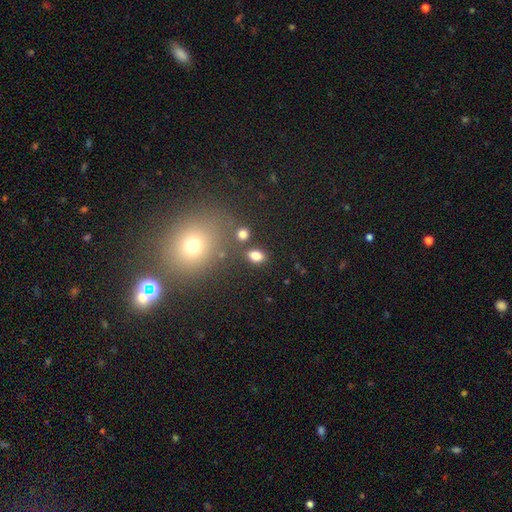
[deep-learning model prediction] The model was most divided on "how rounded": in between: 76%, round: 22%, cigar-shaped: 2%. More confident: smooth or featured — smooth (80%); merging — none (78%).